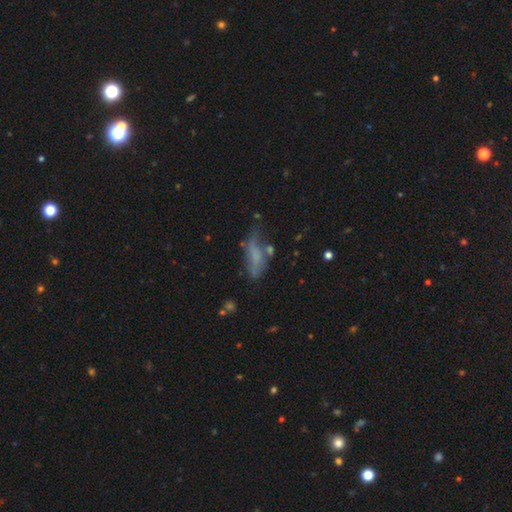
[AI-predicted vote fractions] Morphology: type=smooth (53%); roundness=in between (62%); merging=none (36%).